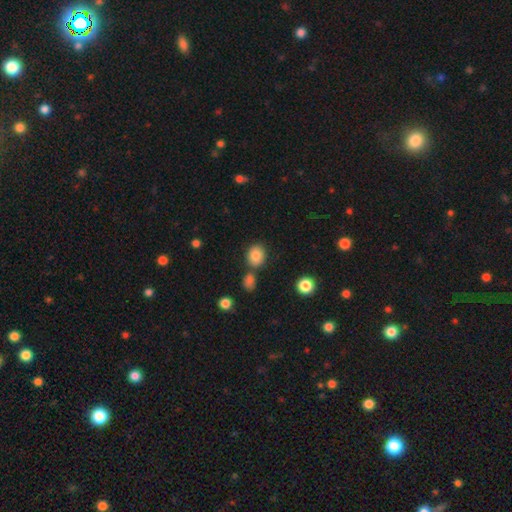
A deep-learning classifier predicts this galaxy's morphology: Smooth or featured? Predicted: smooth (p=0.84). How rounded? Predicted: round (p=0.63). Merging? Predicted: none (p=0.72).